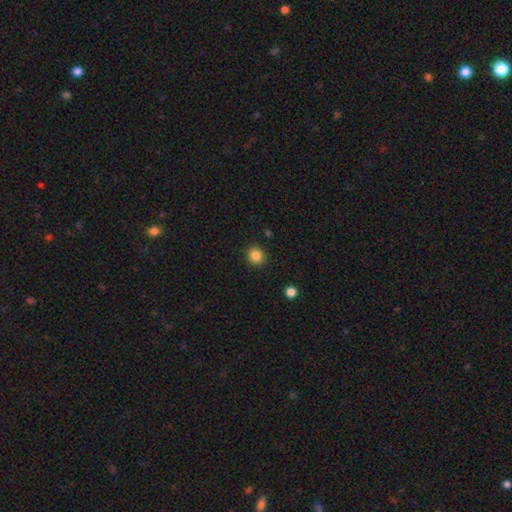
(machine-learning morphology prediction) A smooth galaxy with no disk features (85%) that is round (86%).

Vote fractions:
- Smooth or featured? smooth: 85% / star or artifact: 11% / featured or disk: 4%
- How rounded? round: 86% / in between: 13% / cigar-shaped: 1%
- Merging? none: 90% / minor disturbance: 6% / major disturbance: 2% / merger: 1%